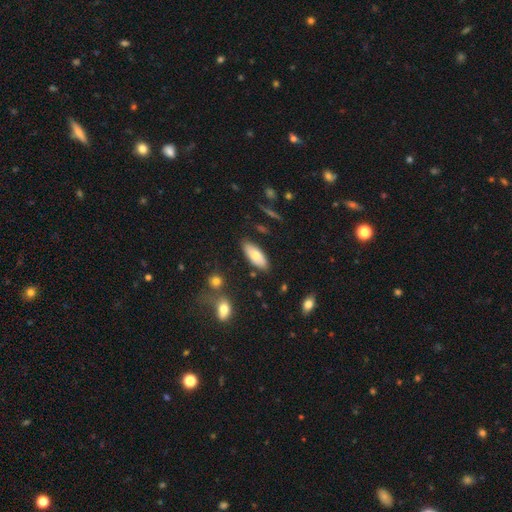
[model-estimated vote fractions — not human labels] Q: Smooth or featured?
A: smooth (74%); runner-up: featured or disk (20%)
Q: How rounded?
A: in between (82%); runner-up: cigar-shaped (16%)
Q: Merging?
A: none (83%); runner-up: minor disturbance (12%)